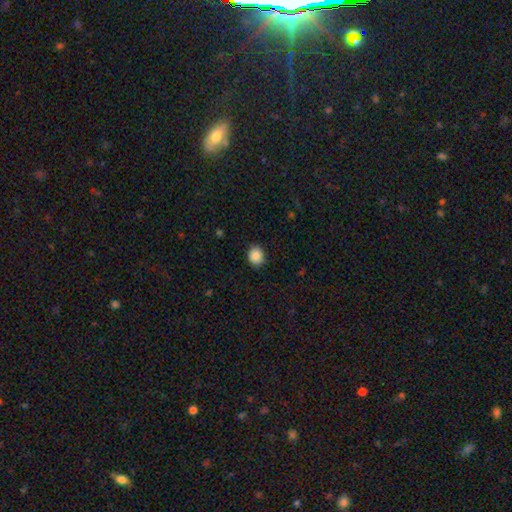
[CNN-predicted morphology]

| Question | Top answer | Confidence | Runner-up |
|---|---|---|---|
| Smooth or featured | smooth | 88% | star or artifact (9%) |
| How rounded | round | 73% | in between (26%) |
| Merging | none | 89% | minor disturbance (8%) |